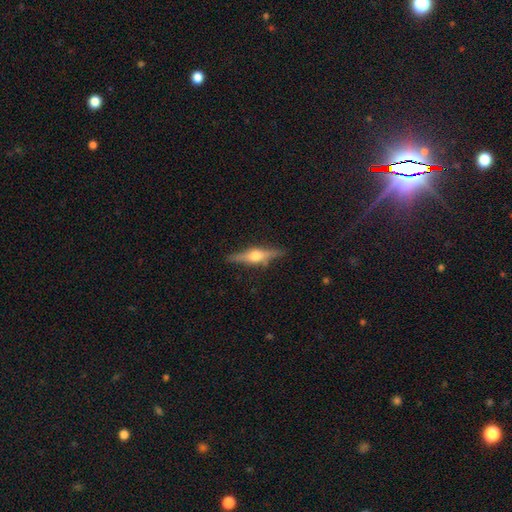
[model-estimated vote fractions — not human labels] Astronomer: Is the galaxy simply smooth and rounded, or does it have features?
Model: featured or disk — 72%.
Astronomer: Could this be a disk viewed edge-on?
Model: yes — 97%.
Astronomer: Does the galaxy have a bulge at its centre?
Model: rounded — 94%.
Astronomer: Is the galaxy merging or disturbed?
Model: none — 86%.